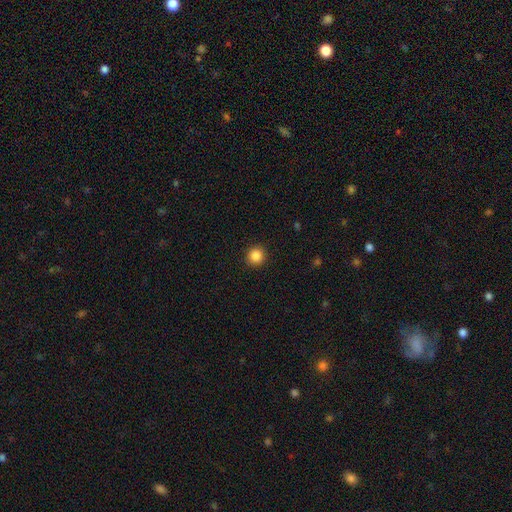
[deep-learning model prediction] A smooth galaxy with no disk features (87%) that is round (93%). Merging: none (92%).